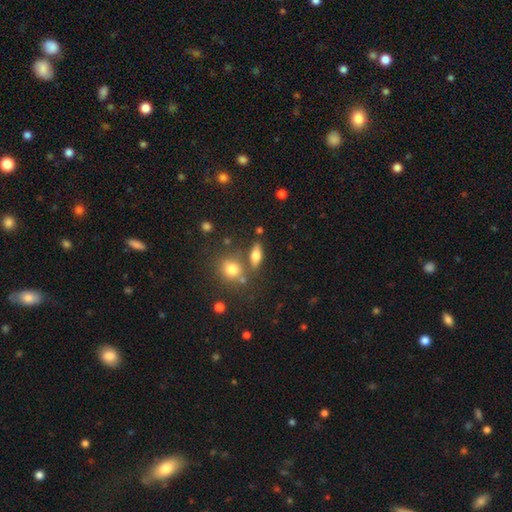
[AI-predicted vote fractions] This is likely a smooth galaxy (70%). How rounded: likely in between (69%). Merging: likely none (70%).